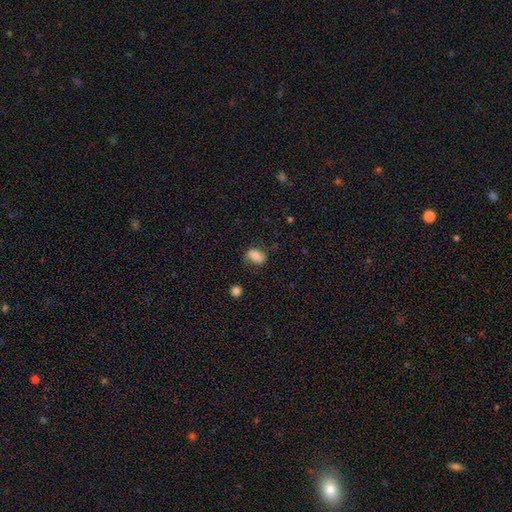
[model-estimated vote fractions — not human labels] Smooth or featured?
  - smooth: 62% *
  - featured or disk: 29%
  - star or artifact: 9%
How rounded?
  - in between: 78% *
  - round: 20%
  - cigar-shaped: 2%
Merging?
  - none: 64% *
  - minor disturbance: 25%
  - major disturbance: 9%
  - merger: 2%